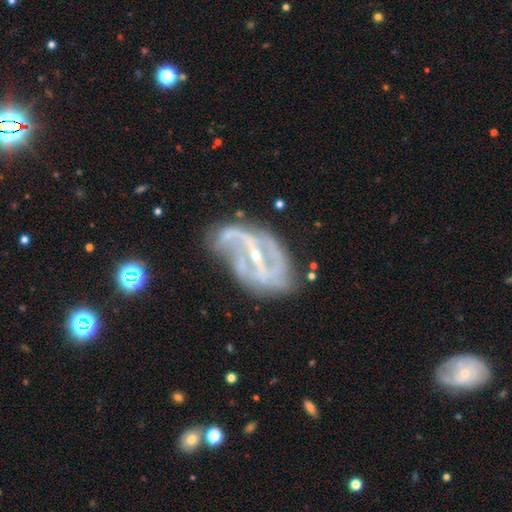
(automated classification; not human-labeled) Smooth or featured? featured or disk (88%)
Edge-on disk? no (95%)
Bar? strong (65%)
Spiral arms? yes (89%)
Spiral winding? loose (40%, tied with medium)
Spiral arm count? 2 (63%)
Bulge size? small (72%)
Merging? none (46%)